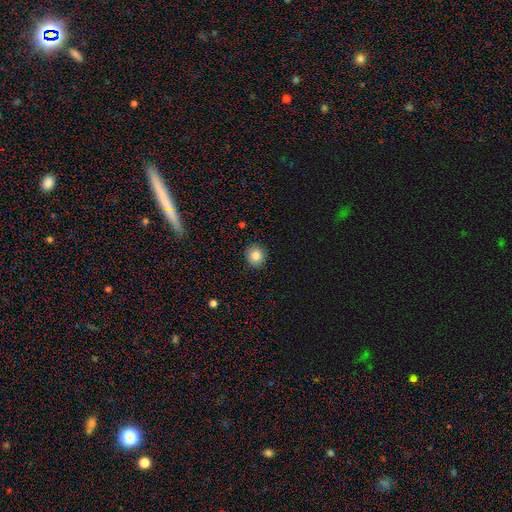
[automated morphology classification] This is clearly a smooth galaxy (84%). How rounded: clearly round (84%). Merging: clearly none (89%).